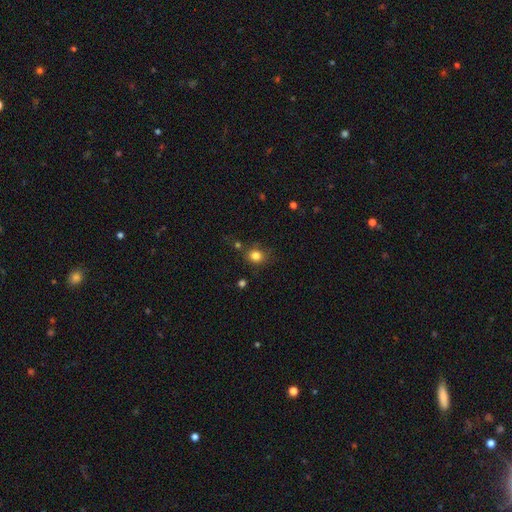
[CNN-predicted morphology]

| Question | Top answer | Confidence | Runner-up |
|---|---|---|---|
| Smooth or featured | smooth | 81% | star or artifact (12%) |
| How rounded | round | 75% | in between (24%) |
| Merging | none | 74% | minor disturbance (14%) |